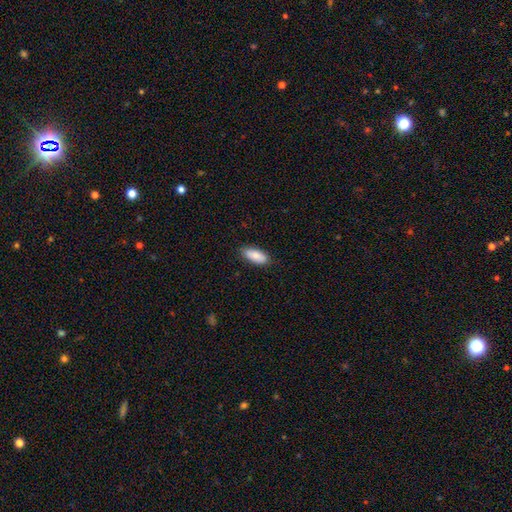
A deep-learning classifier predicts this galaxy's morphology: smooth_or_featured: smooth (p=0.86) [alt: featured or disk p=0.08]
how_rounded: in between (p=0.85) [alt: cigar-shaped p=0.13]
merging: none (p=0.86) [alt: minor disturbance p=0.11]